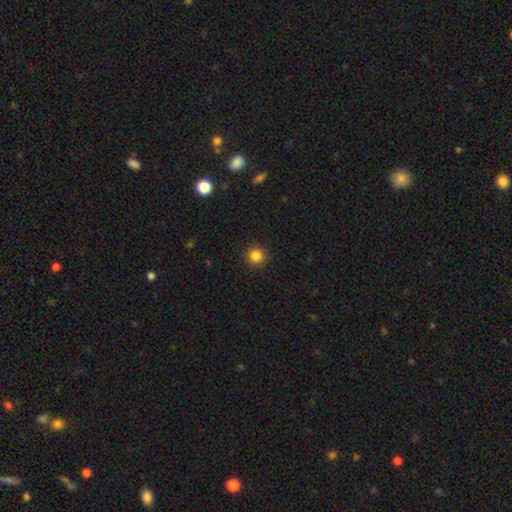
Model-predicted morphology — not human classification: smooth_or_featured: smooth (p=0.85) [alt: star or artifact p=0.12]
how_rounded: round (p=0.94) [alt: in between p=0.05]
merging: none (p=0.92) [alt: minor disturbance p=0.06]